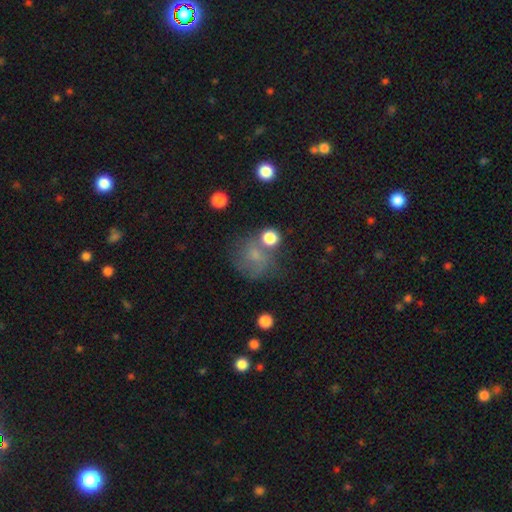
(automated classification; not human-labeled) smooth-or-featured: smooth: 57% | featured or disk: 24% | star or artifact: 19%
  how-rounded: round: 73% | in between: 26% | cigar-shaped: 1%
  merging: none: 50% | minor disturbance: 21% | major disturbance: 17% | merger: 12%